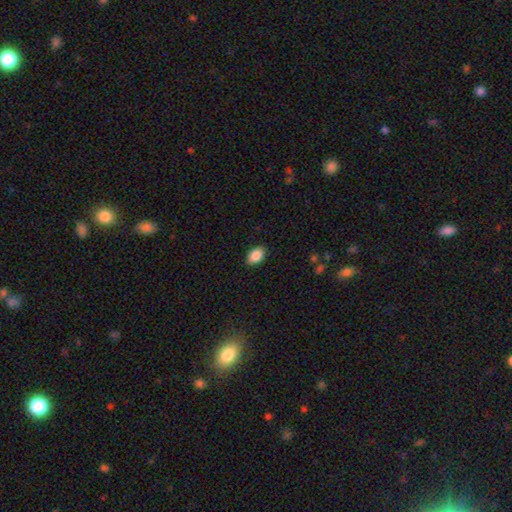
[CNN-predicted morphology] Smooth or featured? smooth (89%)
How rounded? in between (90%)
Merging? none (88%)